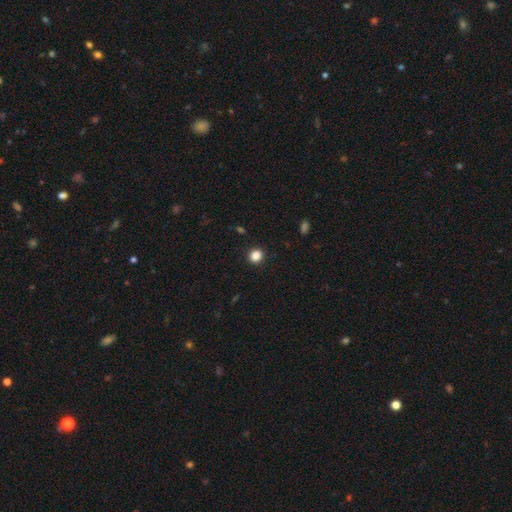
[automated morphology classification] A smooth galaxy with no disk features (86%) that is round (77%).

Vote fractions:
- Smooth or featured? smooth: 86% / star or artifact: 11% / featured or disk: 3%
- How rounded? round: 77% / in between: 22% / cigar-shaped: 1%
- Merging? none: 90% / minor disturbance: 6% / major disturbance: 2% / merger: 1%